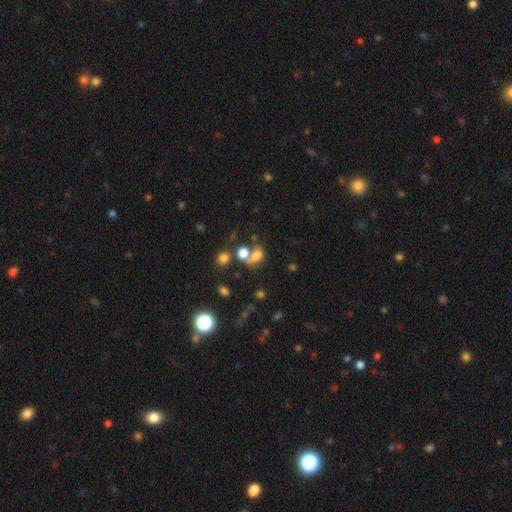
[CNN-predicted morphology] Smooth or featured? Predicted: smooth (p=0.66). How rounded? Predicted: in between (p=0.54). Merging? Predicted: merger (p=0.46).